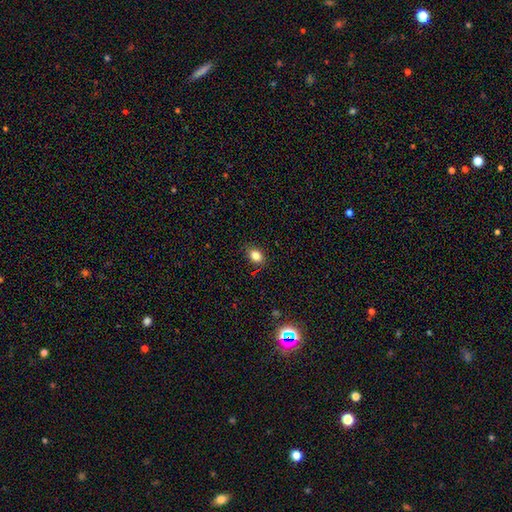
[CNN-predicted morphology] Overall: smooth (82%). How rounded: in between (72%). Merging: none (85%).